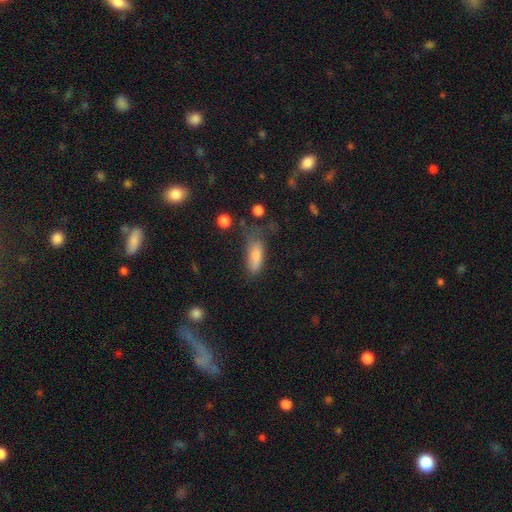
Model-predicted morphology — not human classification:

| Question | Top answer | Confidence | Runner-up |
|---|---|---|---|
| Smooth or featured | smooth | 75% | featured or disk (15%) |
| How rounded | in between | 65% | cigar-shaped (32%) |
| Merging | none | 44% | minor disturbance (32%) |